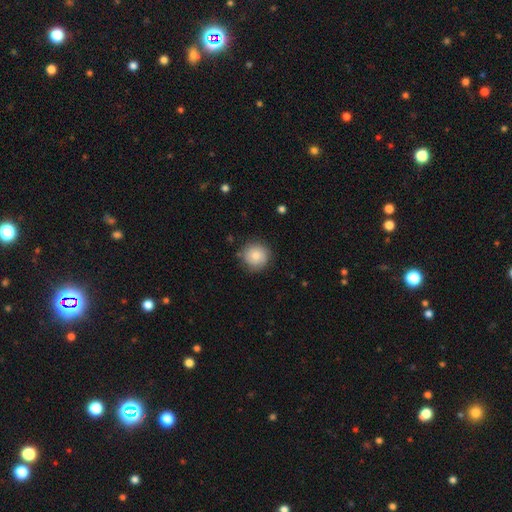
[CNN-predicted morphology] Smooth or featured: smooth — 74% (featured or disk — 18%)
How rounded: round — 94% (in between — 6%)
Merging: none — 80% (minor disturbance — 15%)